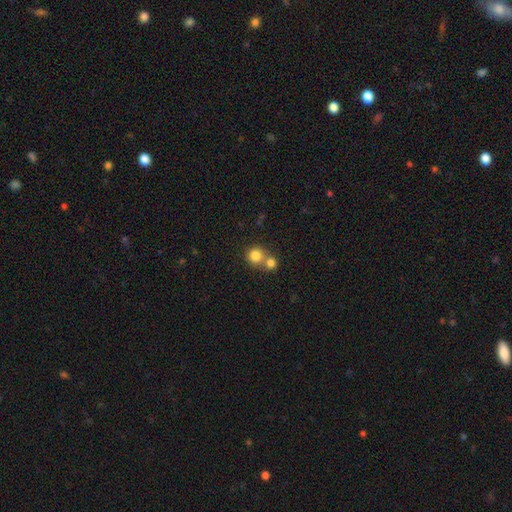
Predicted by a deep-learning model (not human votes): This appears to be a smooth galaxy with no disk features (81%) that is round (90%). Merging: merger (47%).